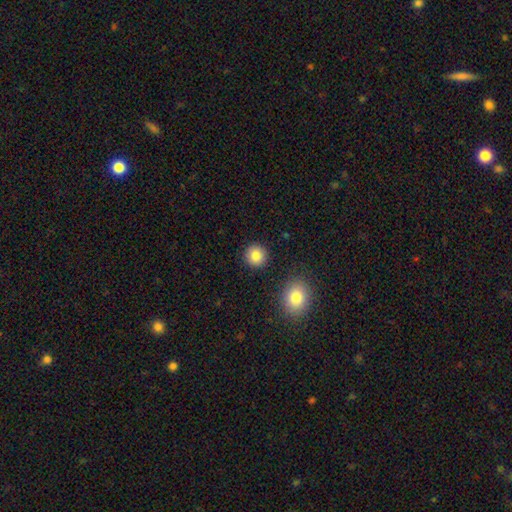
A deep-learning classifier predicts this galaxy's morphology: A smooth galaxy with no disk features (85%) that is round (93%).

Vote fractions:
- Smooth or featured? smooth: 85% / star or artifact: 9% / featured or disk: 6%
- How rounded? round: 93% / in between: 6% / cigar-shaped: 1%
- Merging? none: 90% / minor disturbance: 6% / merger: 2% / major disturbance: 2%